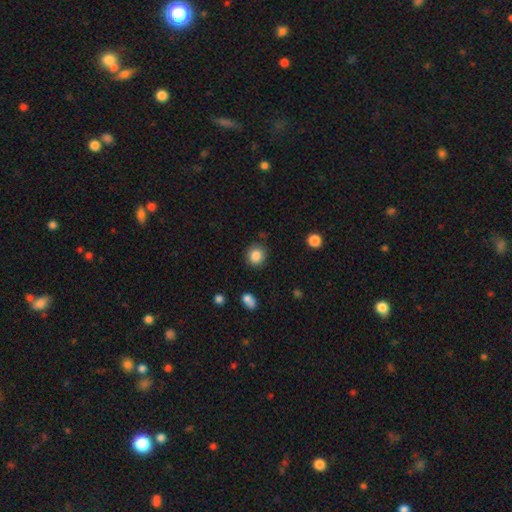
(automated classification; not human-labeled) A smooth galaxy with no disk features (85%) that is round (86%). Merging: none (85%).